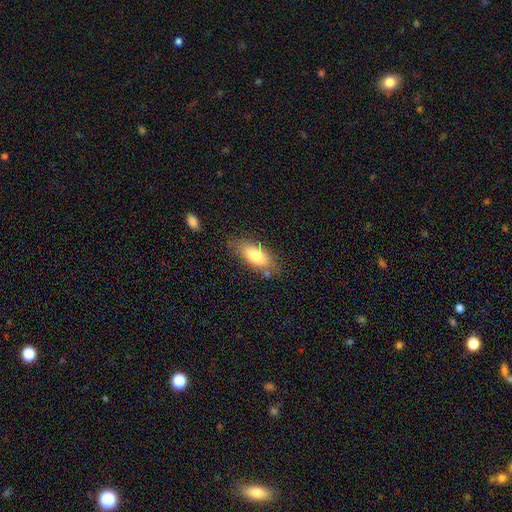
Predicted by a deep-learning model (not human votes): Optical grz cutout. It shows a smooth galaxy with no disk features (77%) that is in between round and cigar-shaped (83%). Merging: none (73%).